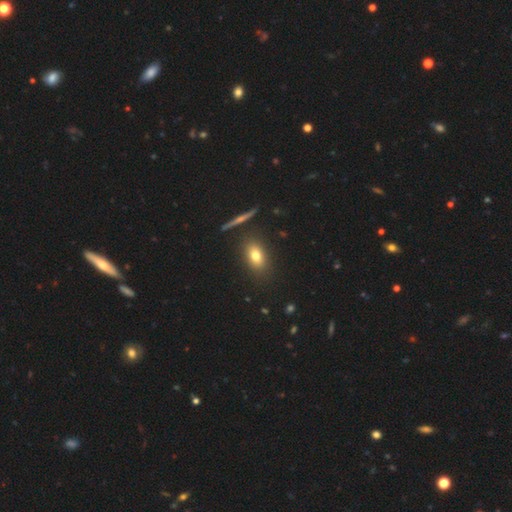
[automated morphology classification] Overall: smooth (75%). How rounded: in between (76%). Merging: none (84%).